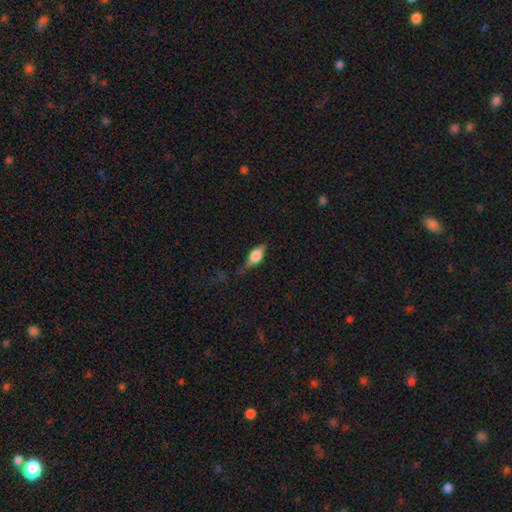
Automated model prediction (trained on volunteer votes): Smooth or featured? smooth (56%)
How rounded? in between (78%)
Merging? none (61%)